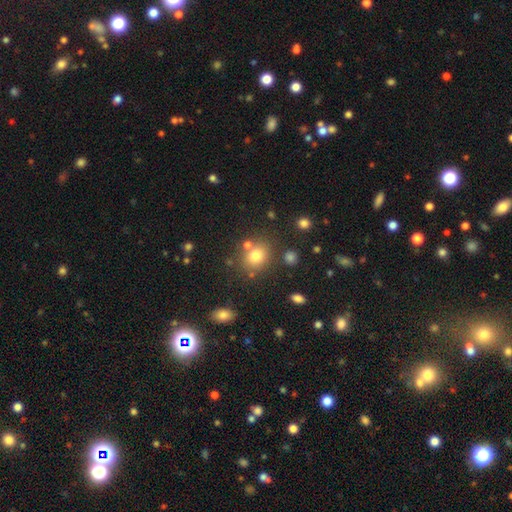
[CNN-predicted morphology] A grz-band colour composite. It shows a smooth galaxy with no disk features (76%) that is round (68%). Merging: none (71%).